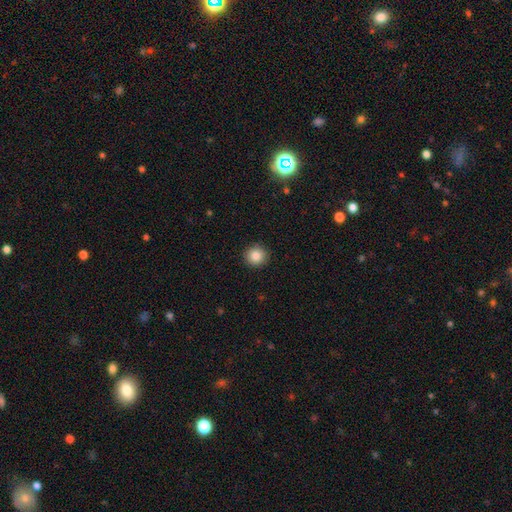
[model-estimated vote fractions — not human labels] Smooth or featured? smooth (86%)
How rounded? round (93%)
Merging? none (92%)